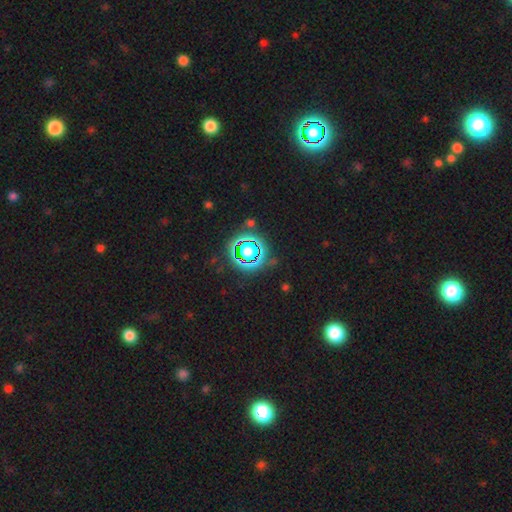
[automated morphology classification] This is likely a star or artifact rather than a galaxy (79%).